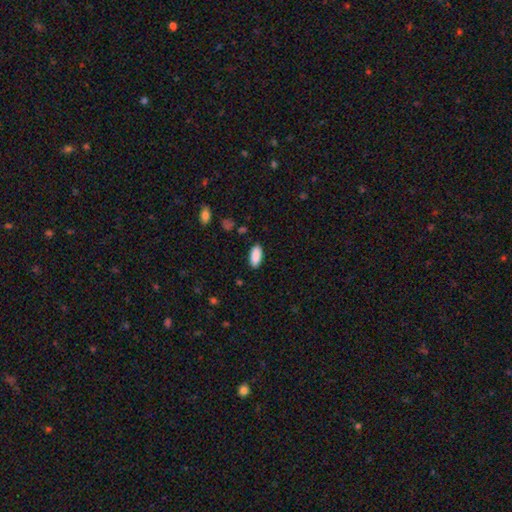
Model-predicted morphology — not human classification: smooth_or_featured: smooth (p=0.90) [alt: star or artifact p=0.06]
how_rounded: in between (p=0.88) [alt: cigar-shaped p=0.10]
merging: none (p=0.88) [alt: minor disturbance p=0.09]